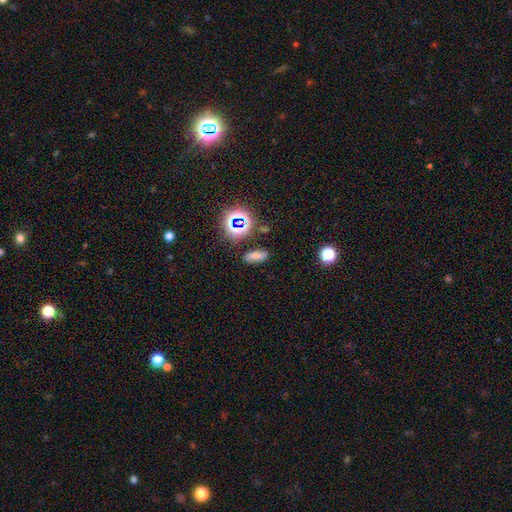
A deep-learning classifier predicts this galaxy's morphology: Overall: smooth (61%; star or artifact 24%). How rounded: in between (62%; cigar-shaped 28%). Merging: none (78%).